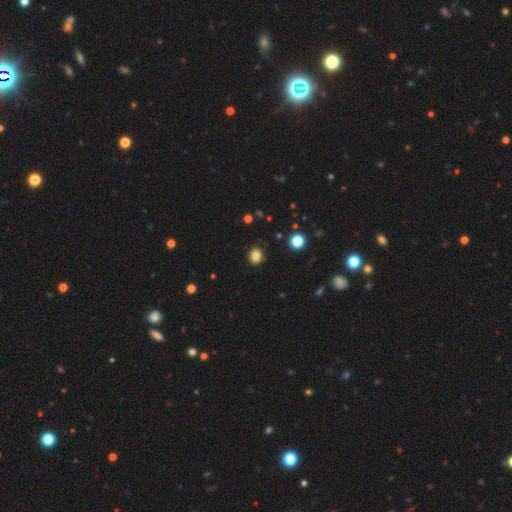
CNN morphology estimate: smooth-or-featured: smooth: 84% | star or artifact: 12% | featured or disk: 5%
  how-rounded: round: 63% | in between: 37% | cigar-shaped: 1%
  merging: none: 87% | minor disturbance: 9% | major disturbance: 2% | merger: 1%